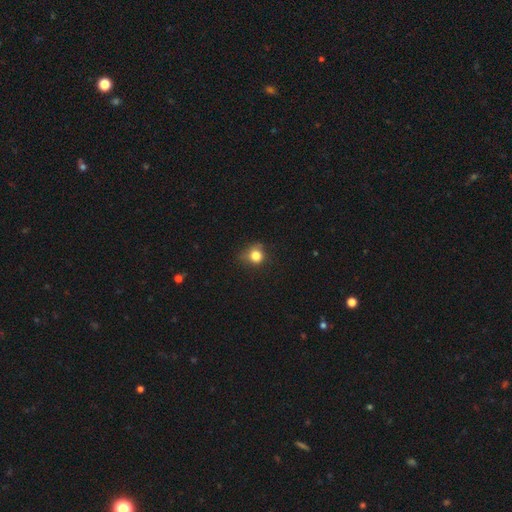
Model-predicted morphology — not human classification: smooth-or-featured: smooth: 81% | star or artifact: 12% | featured or disk: 7%
  how-rounded: round: 81% | in between: 18% | cigar-shaped: 1%
  merging: none: 60% | minor disturbance: 28% | major disturbance: 9% | merger: 2%